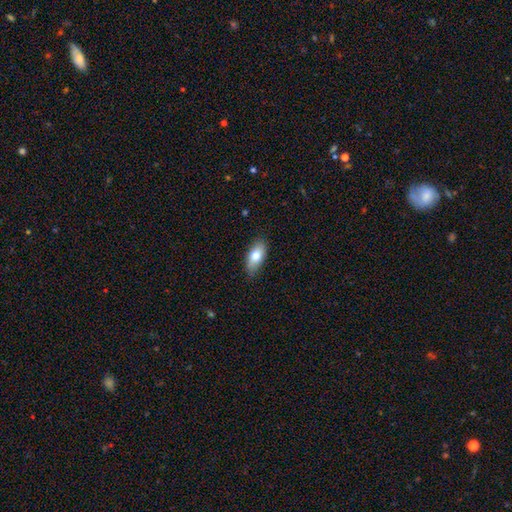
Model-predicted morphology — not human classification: Smooth or featured? Predicted: smooth (p=0.78). How rounded? Predicted: in between (p=0.89). Merging? Predicted: none (p=0.84).